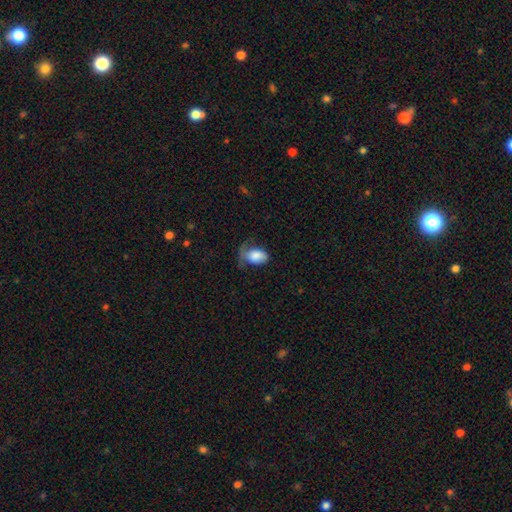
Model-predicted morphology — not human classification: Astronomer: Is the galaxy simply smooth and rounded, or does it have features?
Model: smooth — 74%.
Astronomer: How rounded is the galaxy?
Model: in between — 88%.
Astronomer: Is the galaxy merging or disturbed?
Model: major disturbance — 37% (runner-up: minor disturbance, 30%).